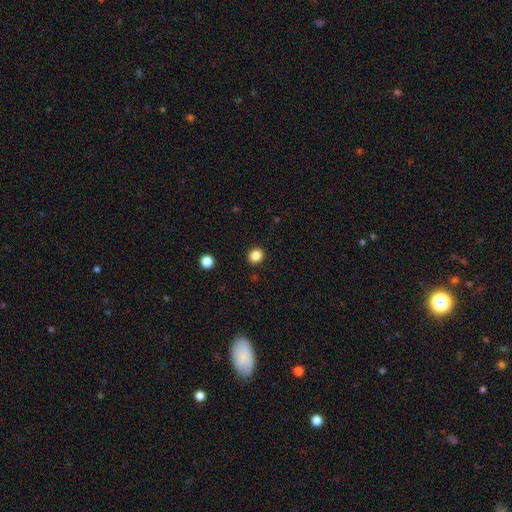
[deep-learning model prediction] Q: Smooth or featured?
A: smooth (86%); runner-up: star or artifact (11%)
Q: How rounded?
A: round (65%); runner-up: in between (35%)
Q: Merging?
A: none (91%); runner-up: minor disturbance (6%)